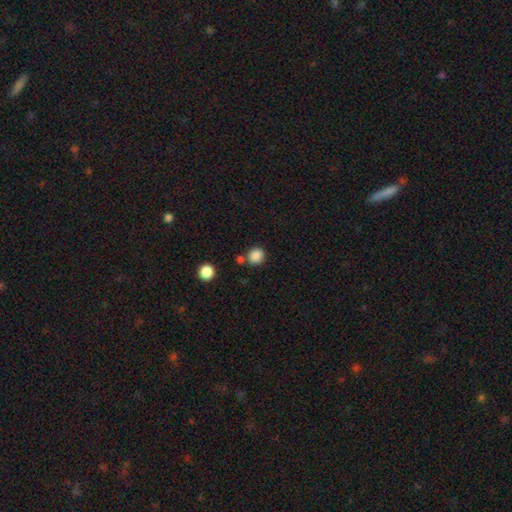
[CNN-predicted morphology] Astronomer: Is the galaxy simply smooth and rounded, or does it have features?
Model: smooth — 86%.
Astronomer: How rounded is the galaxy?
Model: round — 87%.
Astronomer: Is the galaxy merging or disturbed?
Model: none — 75%.